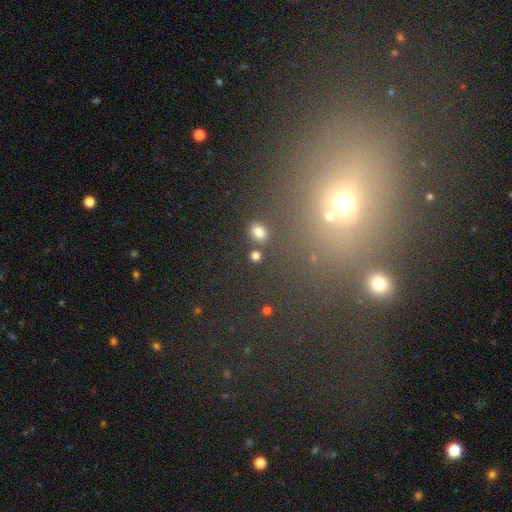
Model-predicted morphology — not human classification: smooth-or-featured: smooth: 80% | star or artifact: 15% | featured or disk: 5%
  how-rounded: round: 61% | in between: 38% | cigar-shaped: 2%
  merging: none: 83% | minor disturbance: 8% | merger: 6% | major disturbance: 3%